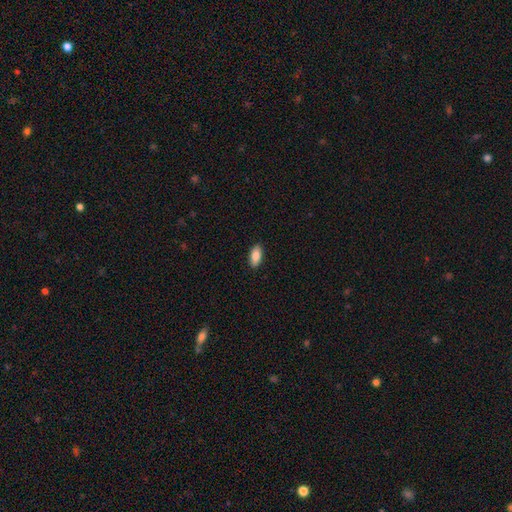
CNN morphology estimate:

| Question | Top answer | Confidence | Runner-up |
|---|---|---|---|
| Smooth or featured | smooth | 86% | featured or disk (7%) |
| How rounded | in between | 89% | cigar-shaped (8%) |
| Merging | none | 90% | minor disturbance (8%) |